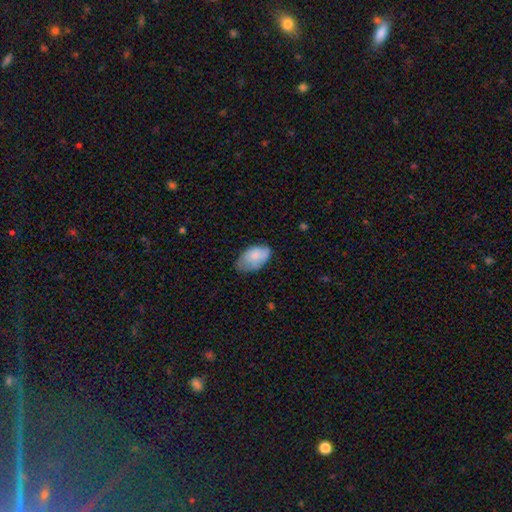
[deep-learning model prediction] smooth-or-featured: smooth: 79% | featured or disk: 15% | star or artifact: 6%
  how-rounded: in between: 94% | round: 5% | cigar-shaped: 1%
  merging: none: 57% | minor disturbance: 34% | major disturbance: 8% | merger: 2%